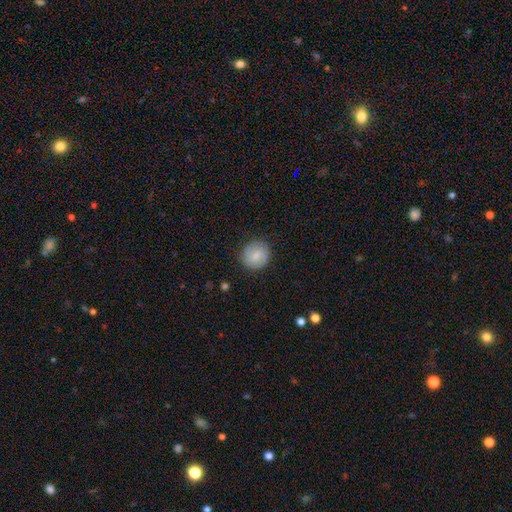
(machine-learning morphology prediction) Smooth or featured? Predicted: smooth (p=0.81). How rounded? Predicted: round (p=0.88). Merging? Predicted: none (p=0.87).